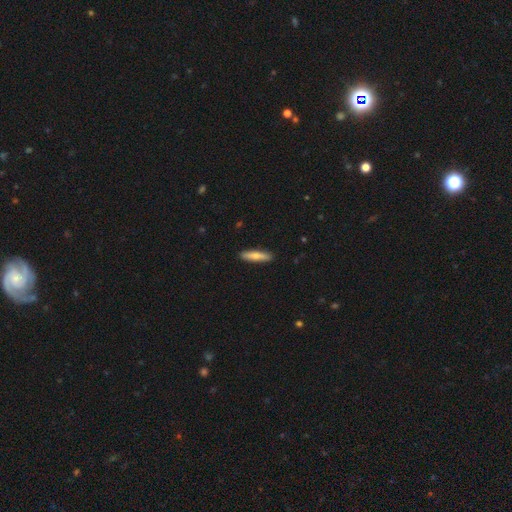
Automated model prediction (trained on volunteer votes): Smooth or featured: smooth — 68% (featured or disk — 26%)
How rounded: cigar-shaped — 81% (in between — 17%)
Merging: none — 90% (minor disturbance — 7%)